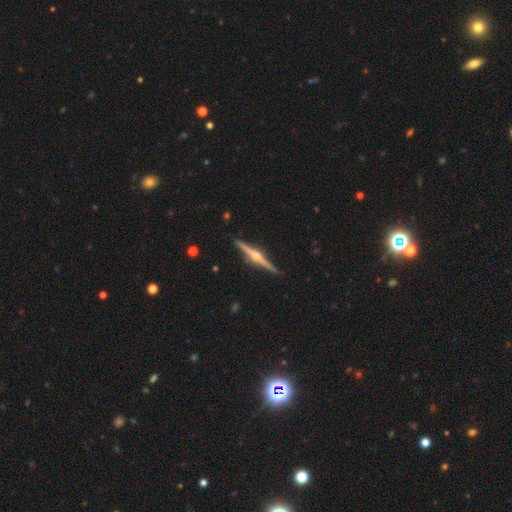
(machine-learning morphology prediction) Smooth or featured? featured or disk (85%)
Edge-on disk? yes (99%)
Edge-on bulge? rounded (93%)
Merging? none (92%)